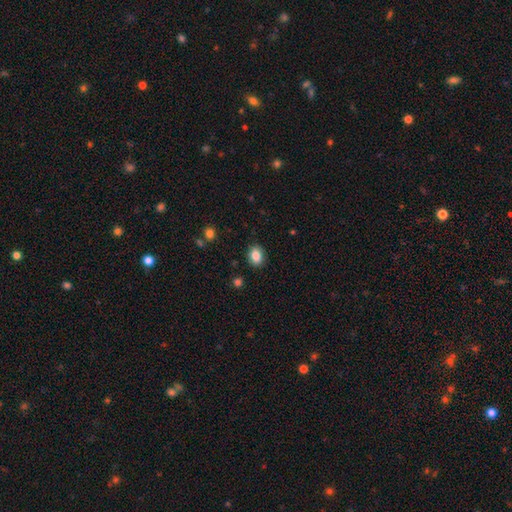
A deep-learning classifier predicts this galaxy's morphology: smooth_or_featured: smooth (p=0.86) [alt: star or artifact p=0.09]
how_rounded: in between (p=0.64) [alt: round p=0.35]
merging: none (p=0.87) [alt: minor disturbance p=0.09]